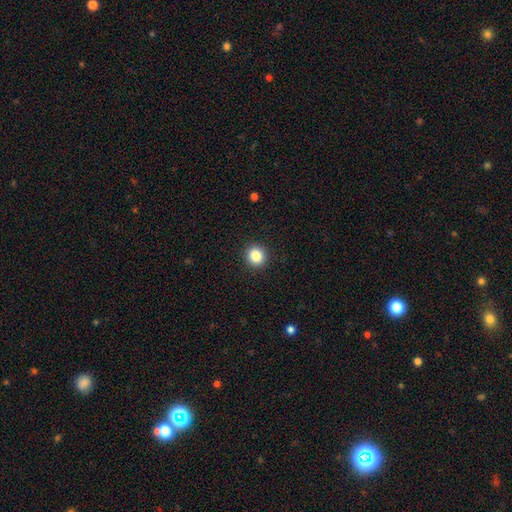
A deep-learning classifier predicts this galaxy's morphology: Q: Smooth or featured?
A: smooth (85%); runner-up: star or artifact (10%)
Q: How rounded?
A: round (86%); runner-up: in between (13%)
Q: Merging?
A: none (92%); runner-up: minor disturbance (5%)